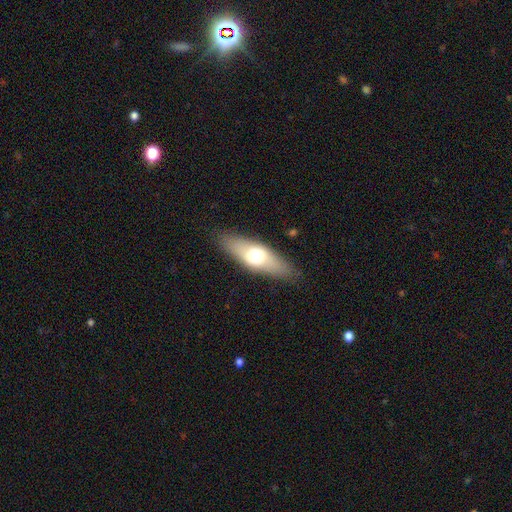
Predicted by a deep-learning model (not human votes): smooth_or_featured: smooth (p=0.60) [alt: featured or disk p=0.33]
how_rounded: in between (p=0.59) [alt: cigar-shaped p=0.38]
merging: none (p=0.85) [alt: minor disturbance p=0.11]